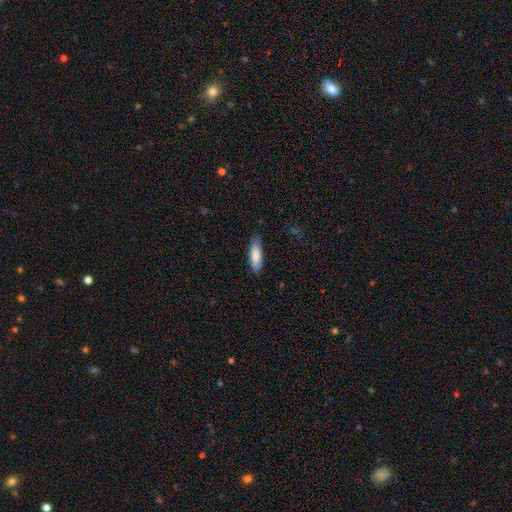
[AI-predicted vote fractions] A smooth galaxy with no disk features (83%) that is in between round and cigar-shaped (55%). Merging: none (85%).